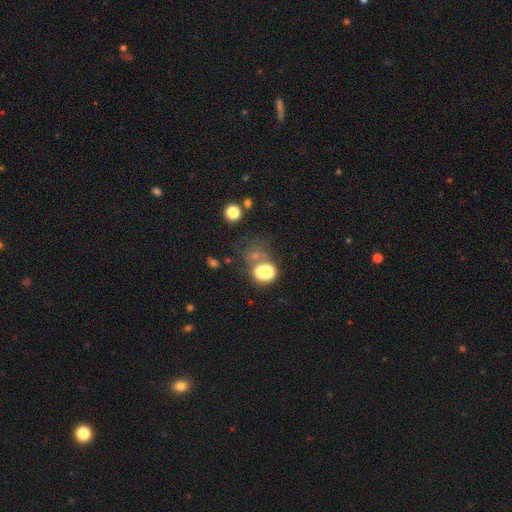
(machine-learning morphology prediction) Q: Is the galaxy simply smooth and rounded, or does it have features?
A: smooth — 54%.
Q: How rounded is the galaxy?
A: round — 70%.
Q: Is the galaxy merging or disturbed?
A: none — 49%.